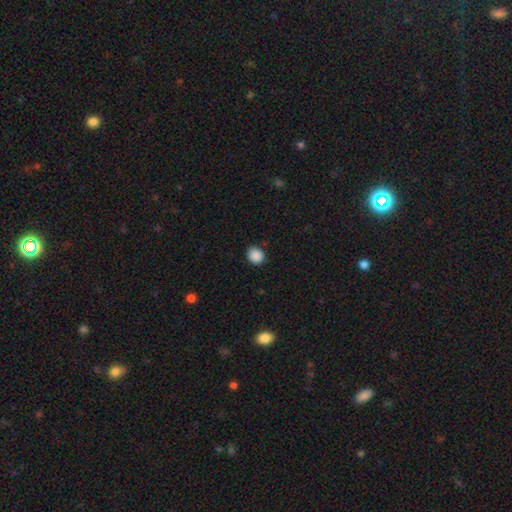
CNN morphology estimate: A smooth galaxy with no disk features (89%) that is round (72%).

Vote fractions:
- Smooth or featured? smooth: 89% / star or artifact: 9% / featured or disk: 2%
- How rounded? round: 72% / in between: 27% / cigar-shaped: 1%
- Merging? none: 88% / minor disturbance: 9% / major disturbance: 2% / merger: 1%